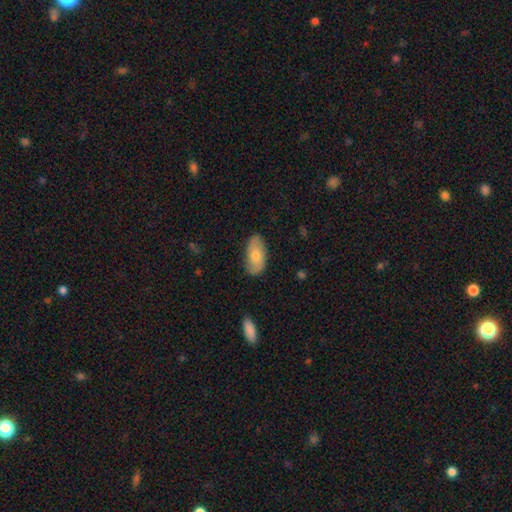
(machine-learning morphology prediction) smooth-or-featured: smooth: 60% | featured or disk: 34% | star or artifact: 7%
  how-rounded: in between: 92% | cigar-shaped: 5% | round: 3%
  merging: none: 82% | minor disturbance: 15% | major disturbance: 3% | merger: 1%